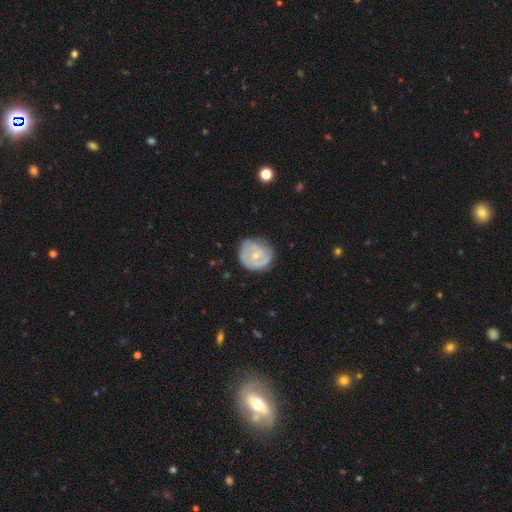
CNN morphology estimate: Smooth or featured: featured or disk — 63% (smooth — 31%)
Edge-on disk: no — 97% (yes — 3%)
Bar: no — 70% (weak — 25%)
Spiral arms: yes — 79% (no — 21%)
Bulge size: small — 67% (moderate — 28%)
Merging: none — 66% (minor disturbance — 24%)